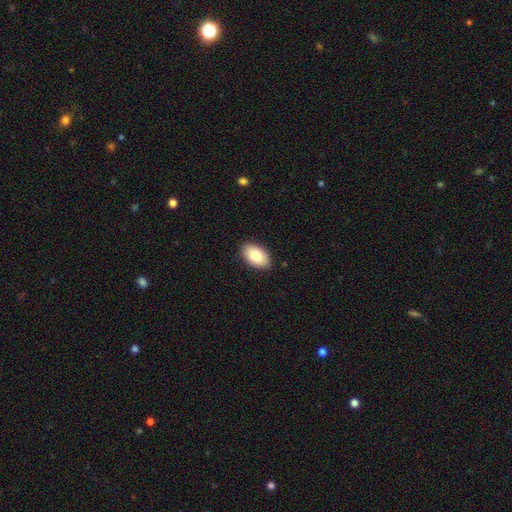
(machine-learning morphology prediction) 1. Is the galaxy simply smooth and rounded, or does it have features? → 82% smooth, 11% featured or disk, 7% star or artifact.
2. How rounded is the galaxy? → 93% in between, 6% round, 1% cigar-shaped.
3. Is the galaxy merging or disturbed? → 89% none, 8% minor disturbance, 2% major disturbance, 1% merger.